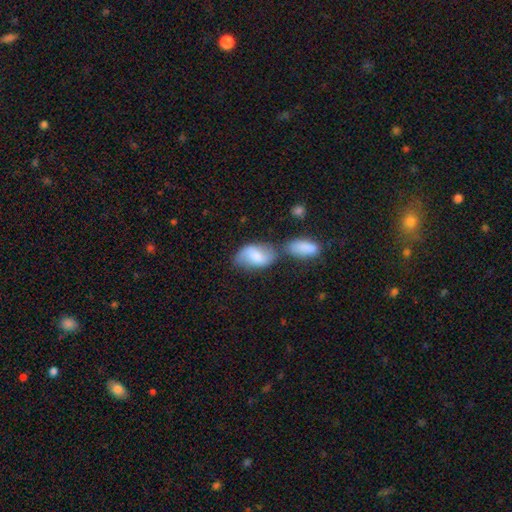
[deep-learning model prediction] A smooth galaxy with no disk features (58%) that is in between round and cigar-shaped (91%).

Vote fractions:
- Smooth or featured? smooth: 58% / featured or disk: 35% / star or artifact: 7%
- How rounded? in between: 91% / round: 6% / cigar-shaped: 3%
- Merging? none: 40% / merger: 32% / minor disturbance: 20% / major disturbance: 8%